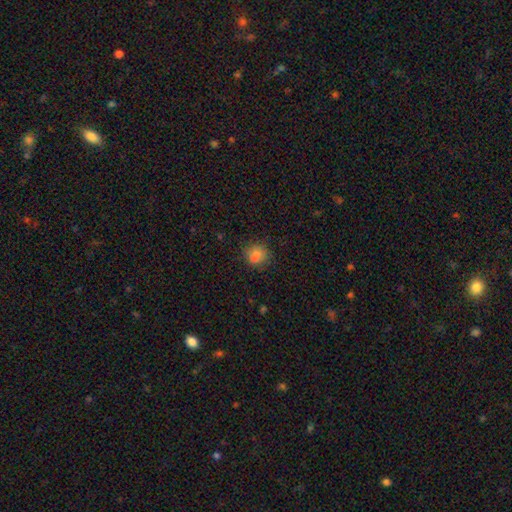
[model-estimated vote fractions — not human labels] Overall: smooth (79%). How rounded: round (78%). Merging: none (76%).